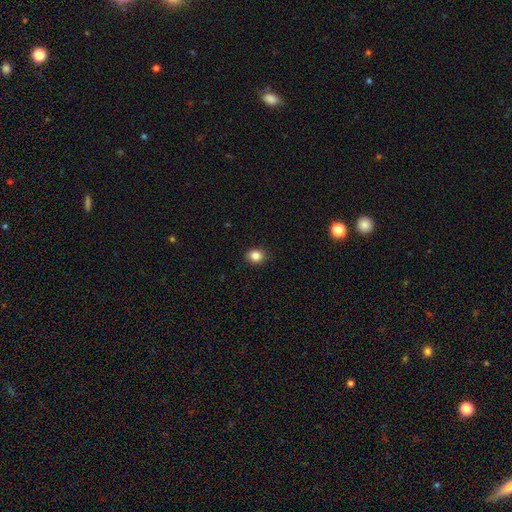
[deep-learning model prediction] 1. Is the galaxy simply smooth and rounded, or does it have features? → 84% smooth, 11% star or artifact, 5% featured or disk.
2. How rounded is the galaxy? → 66% round, 33% in between, 1% cigar-shaped.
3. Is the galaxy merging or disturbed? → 90% none, 7% minor disturbance, 2% major disturbance, 1% merger.